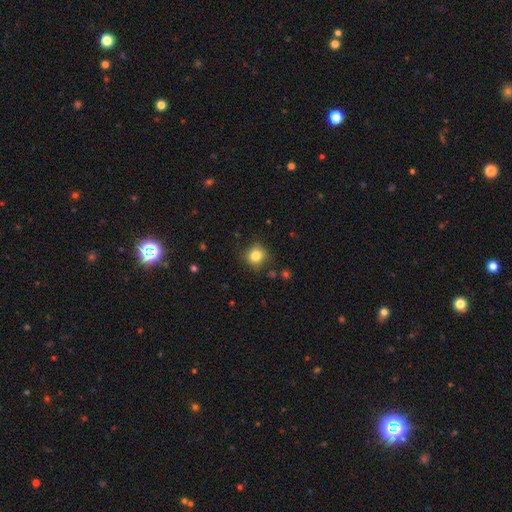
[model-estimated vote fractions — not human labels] Overall: smooth (81%). How rounded: round (86%). Merging: none (83%).